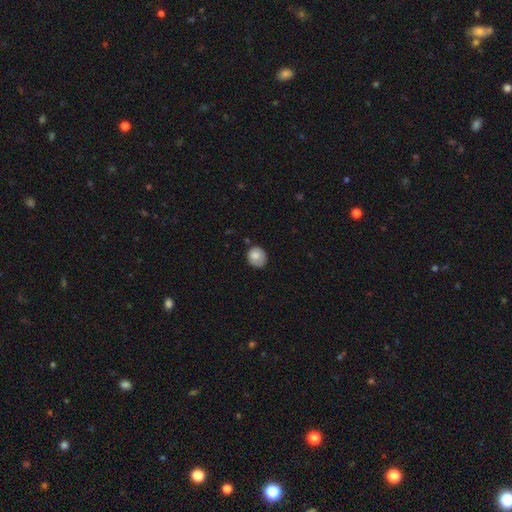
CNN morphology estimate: The model was most divided on "merging": none: 70%, minor disturbance: 24%, major disturbance: 4%, merger: 2%. More confident: smooth or featured — smooth (80%); how rounded — round (77%).